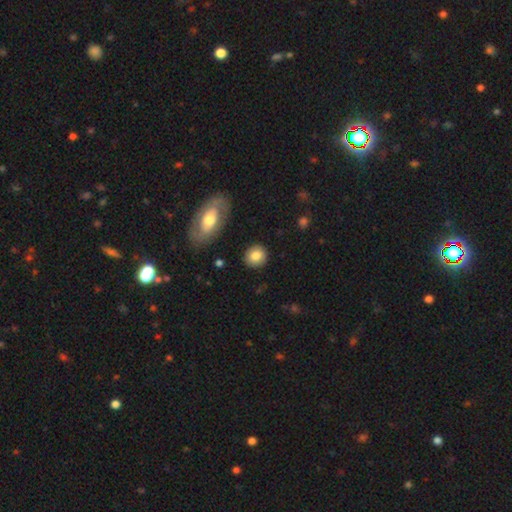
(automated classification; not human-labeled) smooth 83%, featured or disk 10%, star or artifact 7%. Down the decision tree: how rounded — round (81%); merging — none (87%).